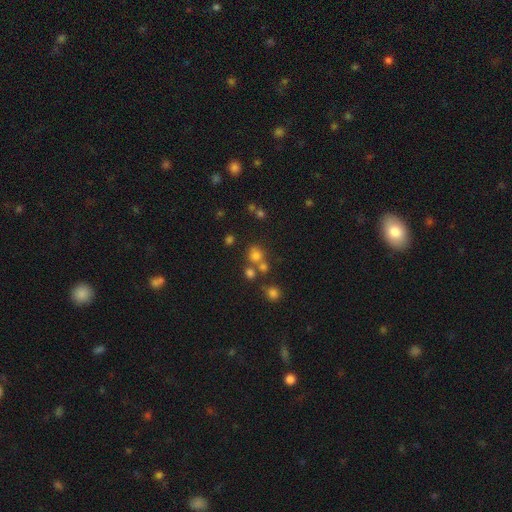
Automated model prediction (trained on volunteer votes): Smooth or featured?
  - smooth: 69% *
  - star or artifact: 21%
  - featured or disk: 10%
How rounded?
  - round: 78% *
  - in between: 21%
  - cigar-shaped: 1%
Merging?
  - none: 55% *
  - merger: 29%
  - minor disturbance: 10%
  - major disturbance: 5%